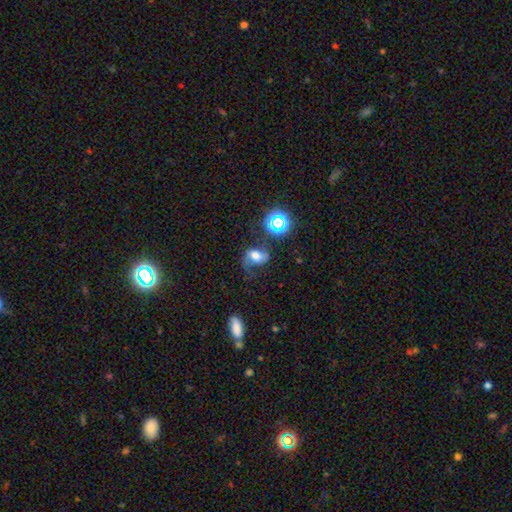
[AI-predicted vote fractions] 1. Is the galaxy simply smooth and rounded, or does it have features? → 42% smooth, 41% featured or disk, 17% star or artifact.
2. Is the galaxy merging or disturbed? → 42% none, 27% major disturbance, 26% minor disturbance, 6% merger.